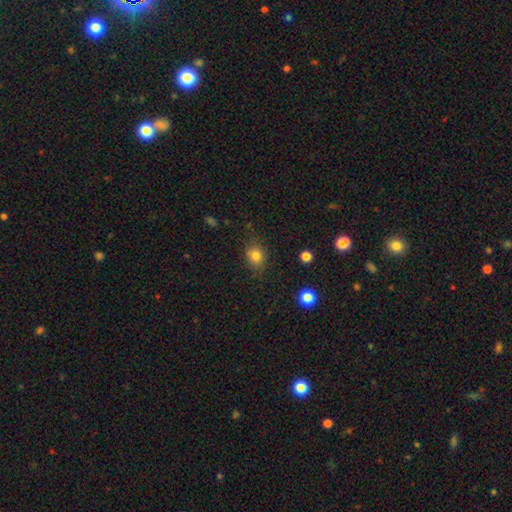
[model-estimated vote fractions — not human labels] Q: Smooth or featured?
A: smooth (81%); runner-up: star or artifact (13%)
Q: How rounded?
A: round (66%); runner-up: in between (33%)
Q: Merging?
A: none (82%); runner-up: minor disturbance (13%)